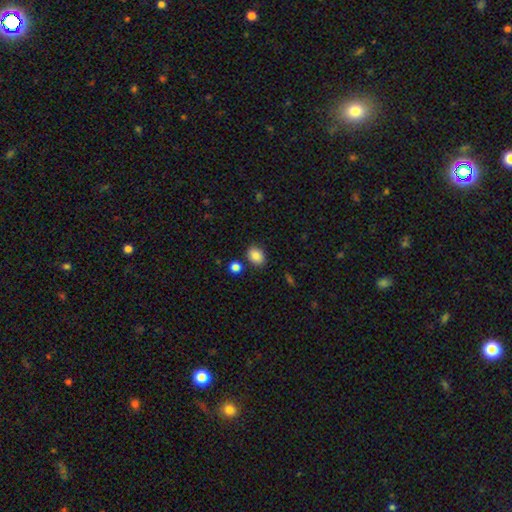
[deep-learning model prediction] Smooth or featured?
  - smooth: 86% *
  - star or artifact: 9%
  - featured or disk: 5%
How rounded?
  - in between: 58% *
  - round: 41%
  - cigar-shaped: 1%
Merging?
  - none: 81% *
  - minor disturbance: 11%
  - merger: 6%
  - major disturbance: 3%